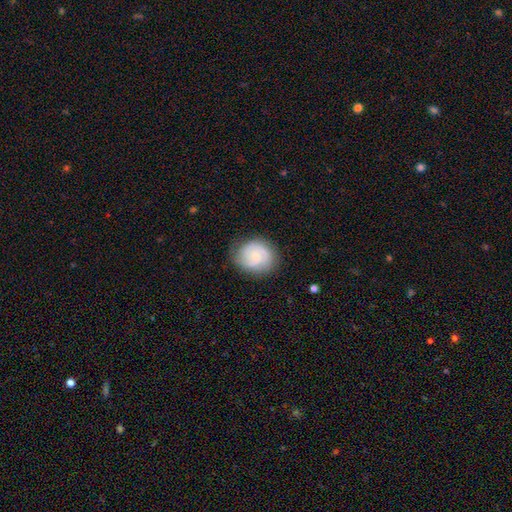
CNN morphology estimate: This appears to be a featured or disk galaxy (57%) with no bar (63%), 2 (59%) tight (46%) spiral arms (91%) and a small central bulge (61%). Merging: none (78%).